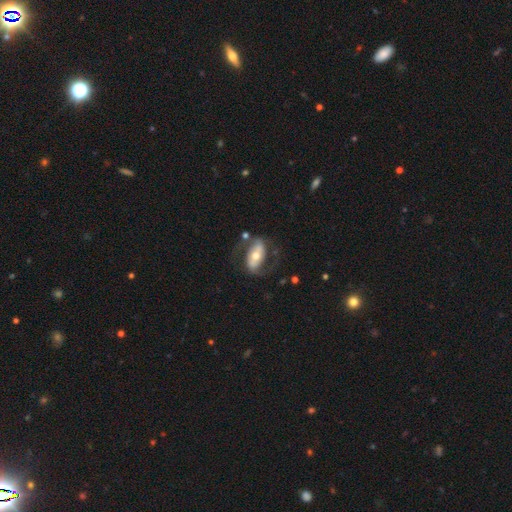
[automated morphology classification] A featured or disk galaxy (73%) with a strong bar (45%), 2 (88%) medium (44%) spiral arms (82%) and a moderate central bulge (63%).

Vote fractions:
- Smooth or featured? featured or disk: 73% / smooth: 21% / star or artifact: 6%
- Edge-on disk? no: 94% / yes: 6%
- Bar? strong: 45% / no: 29% / weak: 27%
- Spiral arms? yes: 82% / no: 18%
- Spiral winding? medium: 44% / loose: 39% / tight: 17%
- Spiral arm count? 2: 88% / can't tell: 6% / 1: 3% / 3: 1% / 4: 1% / more than 4: 1%
- Bulge size? moderate: 63% / small: 26% / large: 8% / dominant: 2% / none: 1%
- Merging? none: 63% / major disturbance: 17% / minor disturbance: 16% / merger: 4%